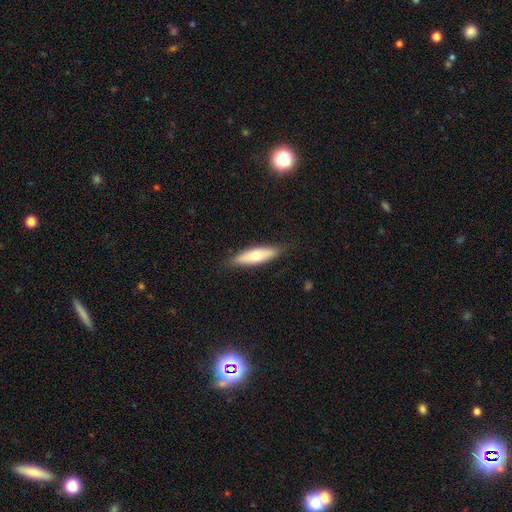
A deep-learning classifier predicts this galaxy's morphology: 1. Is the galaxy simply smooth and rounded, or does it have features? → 60% smooth, 34% featured or disk, 6% star or artifact.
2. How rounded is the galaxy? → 56% cigar-shaped, 42% in between, 2% round.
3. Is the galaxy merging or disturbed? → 84% none, 12% minor disturbance, 3% major disturbance, 1% merger.